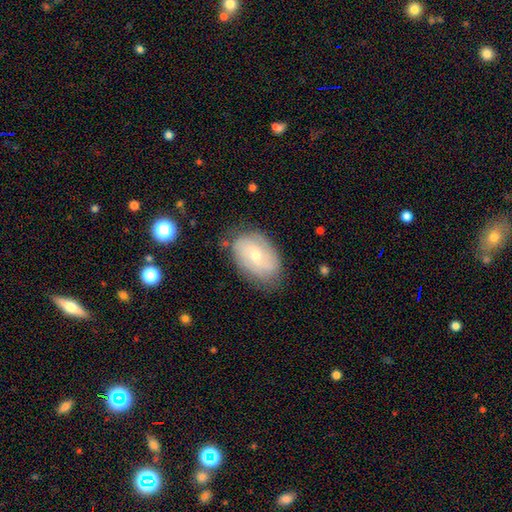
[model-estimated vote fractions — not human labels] This appears to be a featured or disk galaxy (64%) with no bar (55%), 2 (44%) tight (52%) spiral arms (84%) and a small central bulge (54%). Merging: none (74%).